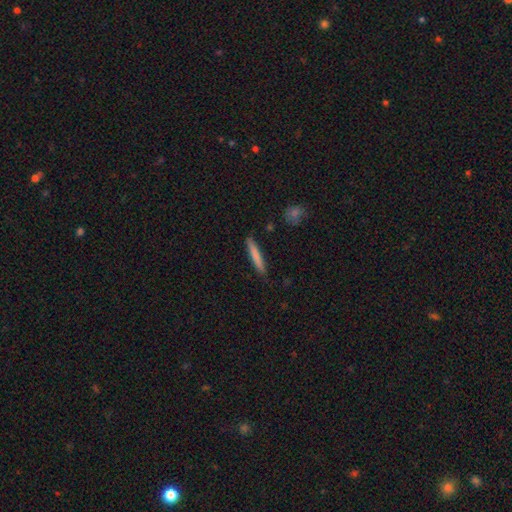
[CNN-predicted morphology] This is likely a smooth galaxy (77%). How rounded: clearly cigar-shaped (94%). Merging: clearly none (86%).